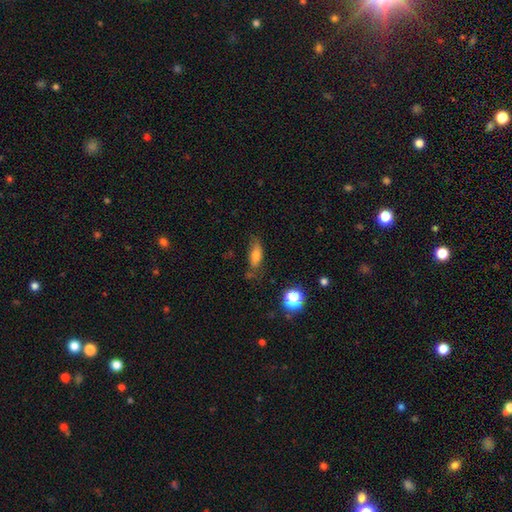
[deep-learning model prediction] This is likely a smooth galaxy (71%). How rounded: likely in between (70%). Merging: likely none (63%).